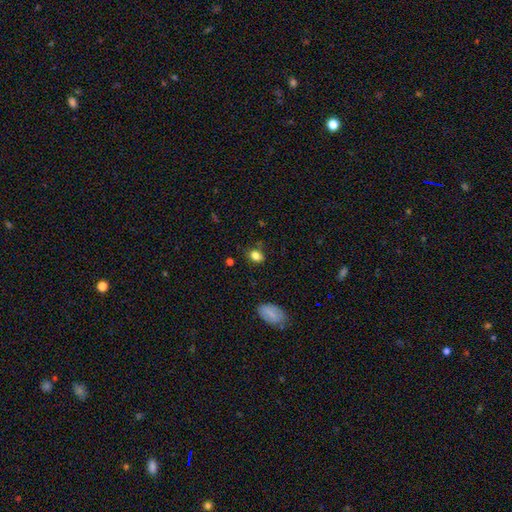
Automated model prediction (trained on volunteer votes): The model was most divided on "how rounded": in between: 70%, round: 28%, cigar-shaped: 2%. More confident: smooth or featured — smooth (82%); merging — none (75%).